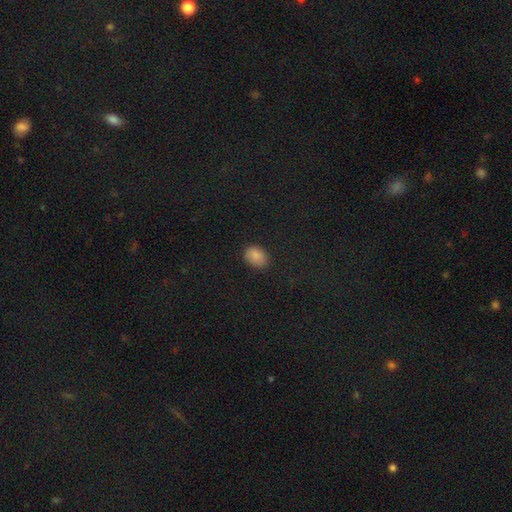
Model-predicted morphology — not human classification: Smooth or featured: smooth — 85% (star or artifact — 11%)
How rounded: in between — 72% (round — 27%)
Merging: none — 84% (minor disturbance — 12%)